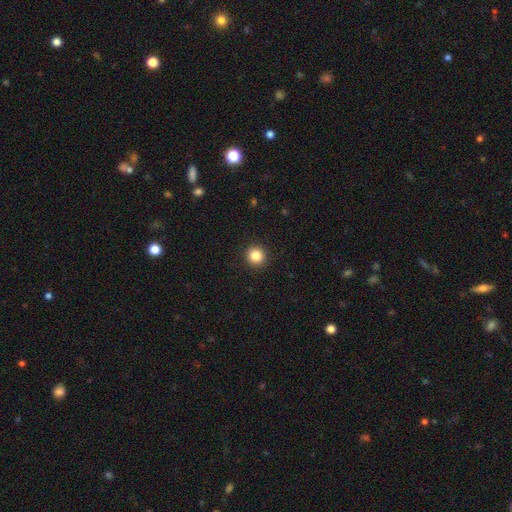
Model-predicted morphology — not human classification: smooth-or-featured: smooth: 85% | star or artifact: 11% | featured or disk: 4%
  how-rounded: round: 94% | in between: 5% | cigar-shaped: 1%
  merging: none: 93% | minor disturbance: 5% | major disturbance: 2% | merger: 1%